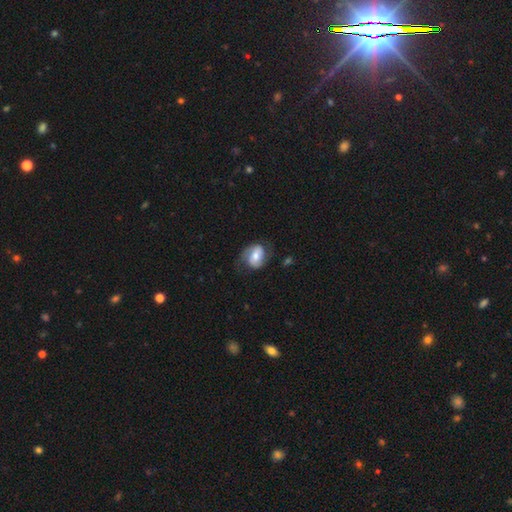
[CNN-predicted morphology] Overall: featured or disk (56%; smooth 37%). Edge-on disk: no (96%). Bar: weak (36%, tied with no). Spiral arms: yes (84%). Bulge size: moderate (56%; small 24%). Merging: none (63%).